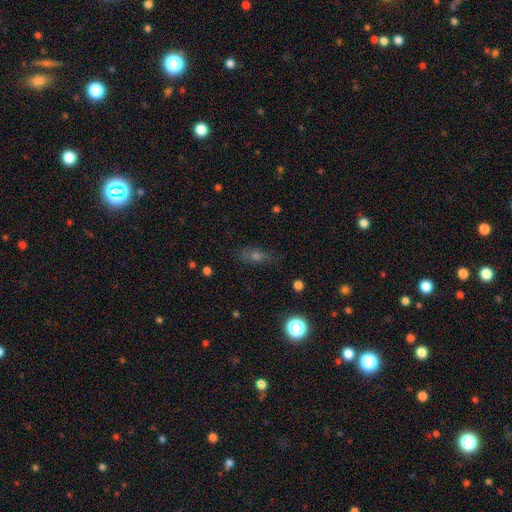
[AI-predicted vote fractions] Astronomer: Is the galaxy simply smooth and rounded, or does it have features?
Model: smooth — 49% (runner-up: featured or disk, 27%).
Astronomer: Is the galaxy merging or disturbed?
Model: none — 78%.